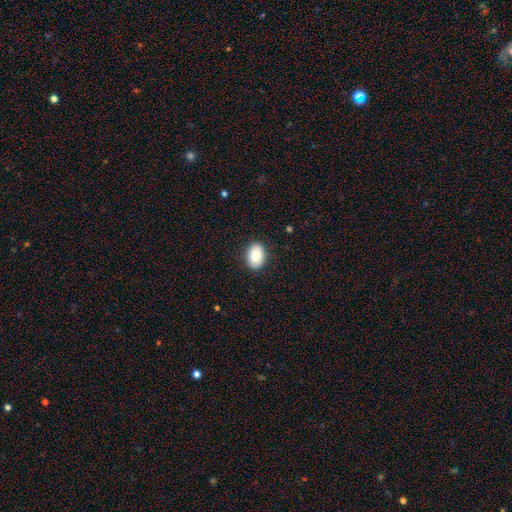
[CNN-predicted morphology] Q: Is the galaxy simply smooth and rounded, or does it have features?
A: smooth — 86%.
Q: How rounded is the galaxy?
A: in between — 83%.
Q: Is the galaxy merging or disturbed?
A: none — 88%.